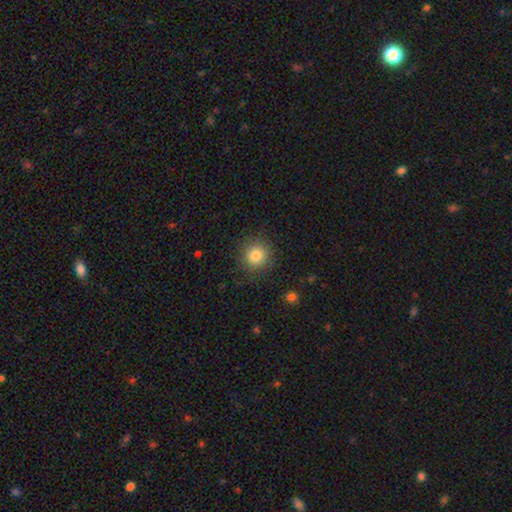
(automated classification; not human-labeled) Smooth or featured?
  - smooth: 83% *
  - star or artifact: 11%
  - featured or disk: 6%
How rounded?
  - round: 92% *
  - in between: 7%
  - cigar-shaped: 1%
Merging?
  - none: 87% *
  - minor disturbance: 8%
  - major disturbance: 3%
  - merger: 1%